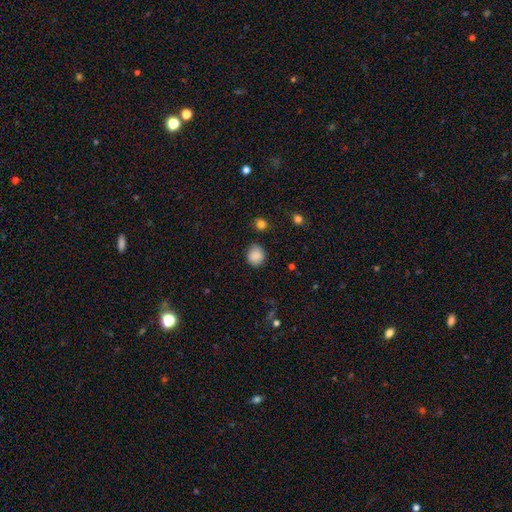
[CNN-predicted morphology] Smooth or featured? Predicted: smooth (p=0.88). How rounded? Predicted: round (p=0.80). Merging? Predicted: none (p=0.84).